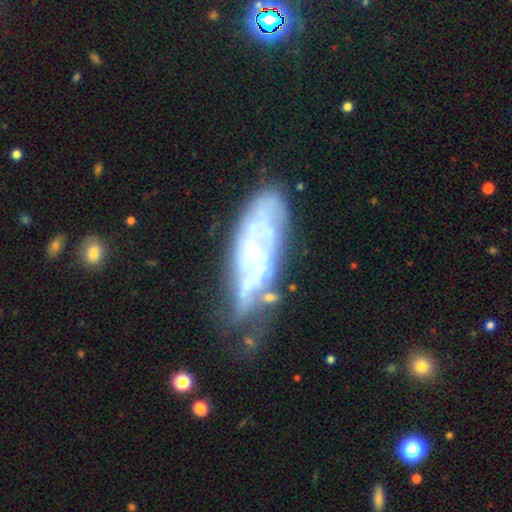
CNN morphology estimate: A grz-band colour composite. It shows a featured or disk galaxy (70%) with no bar (77%), no spiral arms (56%) and a small central bulge (53%). Merging: none (45%).